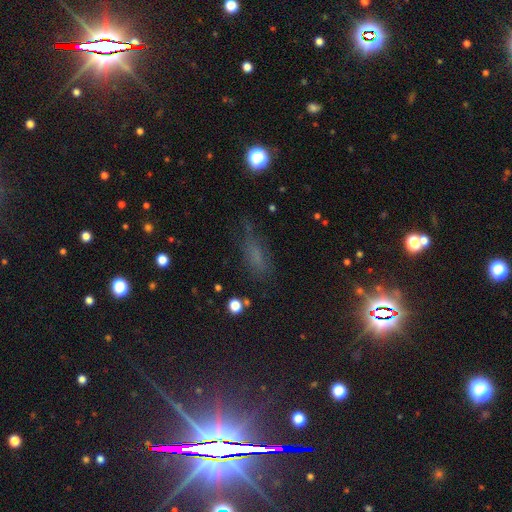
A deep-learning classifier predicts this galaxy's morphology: Smooth or featured?
  - smooth: 50% *
  - star or artifact: 32%
  - featured or disk: 18%
How rounded?
  - in between: 59% *
  - cigar-shaped: 32%
  - round: 9%
Merging?
  - none: 60% *
  - minor disturbance: 23%
  - major disturbance: 14%
  - merger: 3%